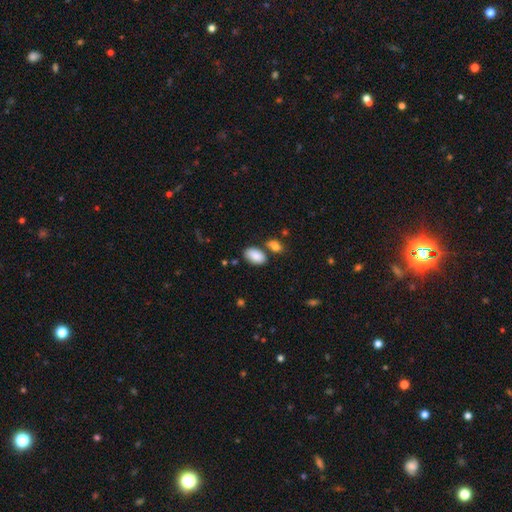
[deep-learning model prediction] Overall: smooth (87%). How rounded: in between (93%). Merging: none (66%).